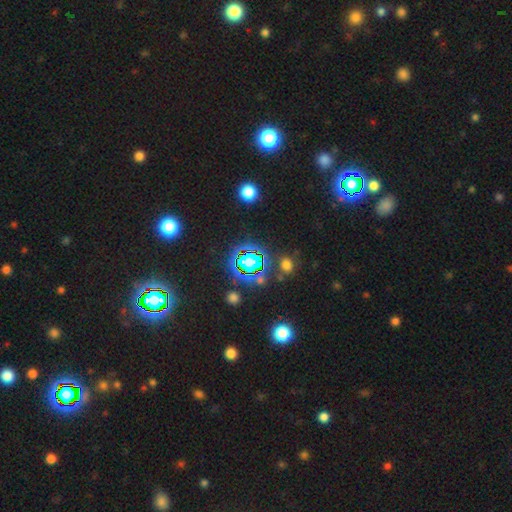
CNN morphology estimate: star or artifact 79%, smooth 13%, featured or disk 8%.